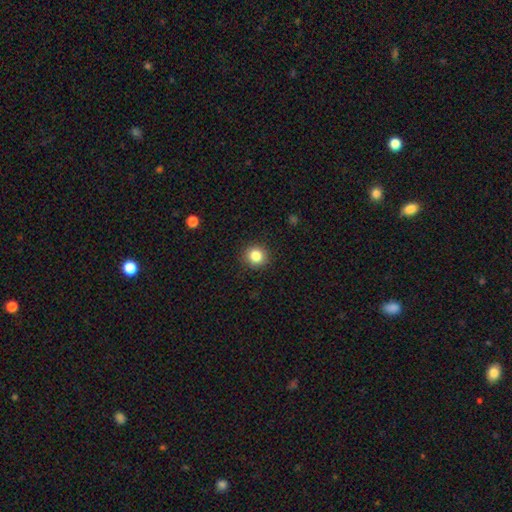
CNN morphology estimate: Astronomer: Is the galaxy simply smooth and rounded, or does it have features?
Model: smooth — 84%.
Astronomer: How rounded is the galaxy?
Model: round — 89%.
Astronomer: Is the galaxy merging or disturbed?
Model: none — 91%.